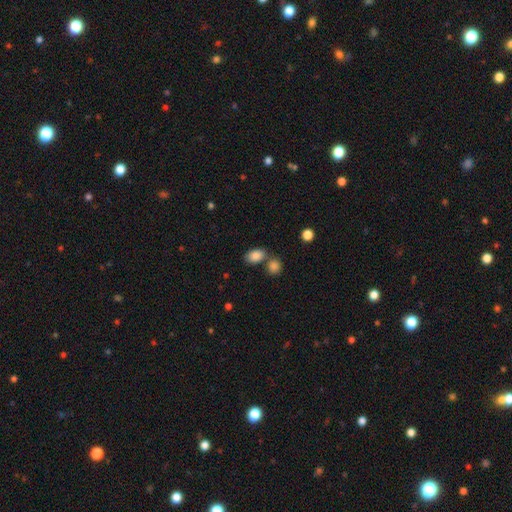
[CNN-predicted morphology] Smooth or featured?
  - smooth: 85% *
  - star or artifact: 9%
  - featured or disk: 6%
How rounded?
  - in between: 83% *
  - round: 16%
  - cigar-shaped: 1%
Merging?
  - none: 60% *
  - merger: 25%
  - minor disturbance: 11%
  - major disturbance: 4%